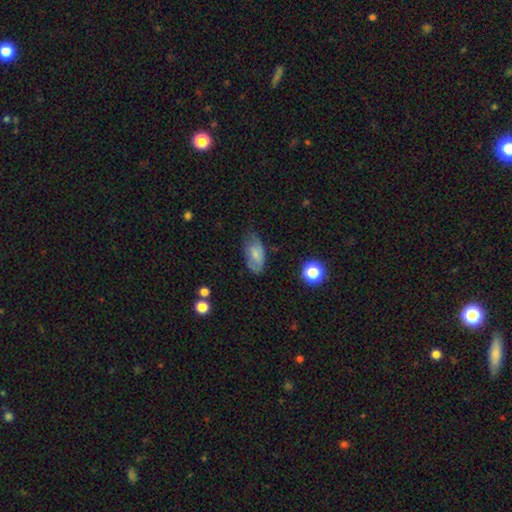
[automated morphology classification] Smooth or featured? smooth (63%)
How rounded? in between (91%)
Merging? none (56%)